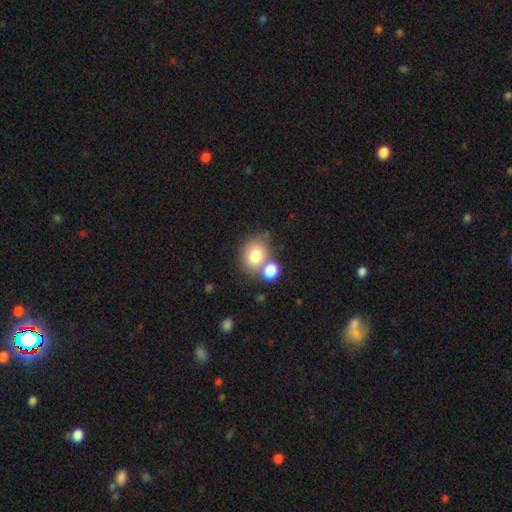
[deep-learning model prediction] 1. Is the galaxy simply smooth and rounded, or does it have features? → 77% smooth, 13% featured or disk, 9% star or artifact.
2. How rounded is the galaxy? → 53% in between, 46% round, 1% cigar-shaped.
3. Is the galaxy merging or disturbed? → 46% none, 36% merger, 13% minor disturbance, 5% major disturbance.